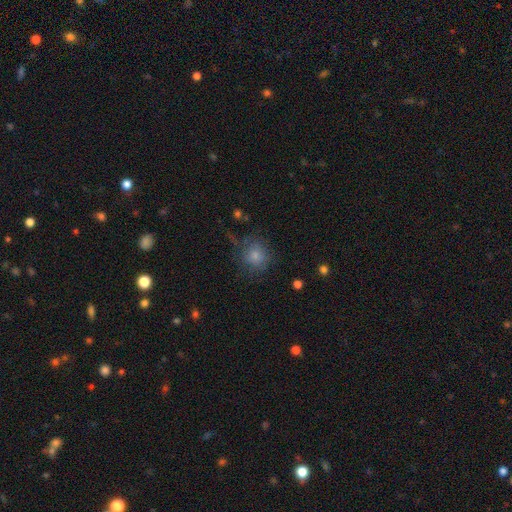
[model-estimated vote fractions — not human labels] Smooth or featured: smooth — 79% (featured or disk — 11%)
How rounded: round — 87% (in between — 12%)
Merging: none — 66% (minor disturbance — 20%)